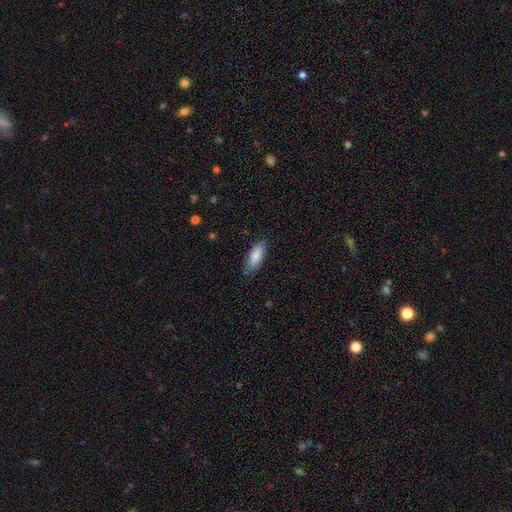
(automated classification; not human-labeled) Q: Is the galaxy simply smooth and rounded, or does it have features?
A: smooth — 86%.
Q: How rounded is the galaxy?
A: in between — 78%.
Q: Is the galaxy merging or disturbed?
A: none — 81%.